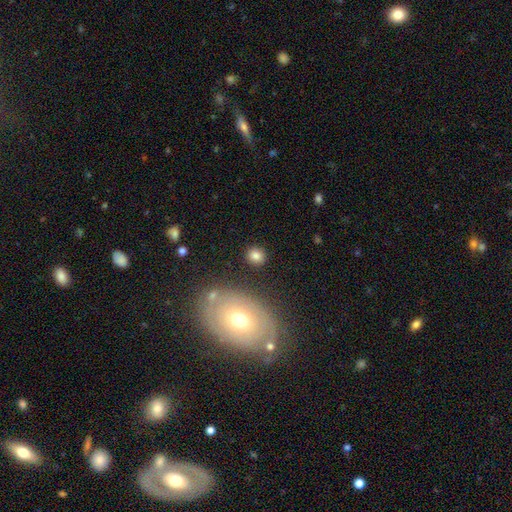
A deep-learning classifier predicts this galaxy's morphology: smooth 82%, star or artifact 11%, featured or disk 7%. Down the decision tree: how rounded — round (83%); merging — none (87%).